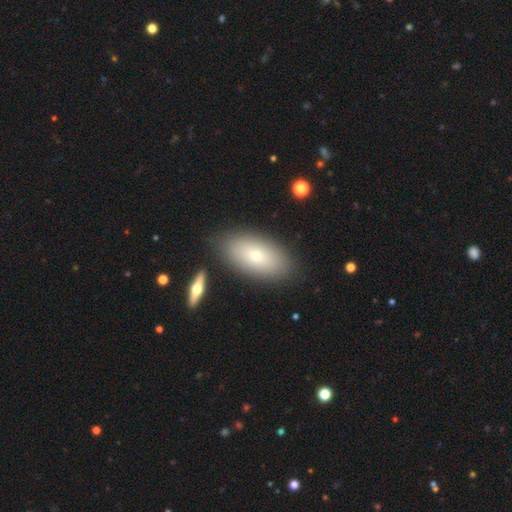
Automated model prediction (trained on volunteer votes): The model was most divided on "smooth or featured": smooth: 69%, featured or disk: 22%, star or artifact: 9%. More confident: how rounded — in between (91%); merging — none (82%).